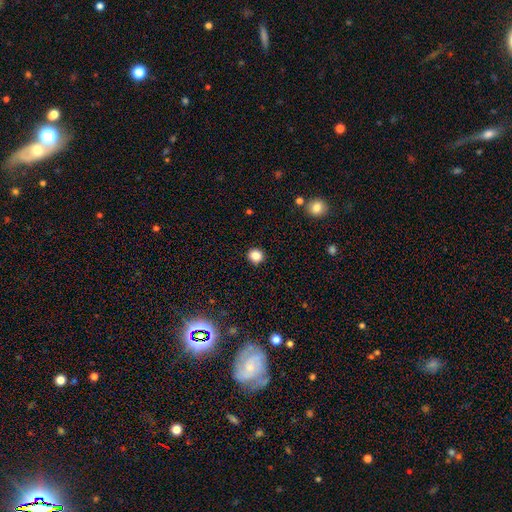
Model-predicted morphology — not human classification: Smooth or featured? Predicted: smooth (p=0.85). How rounded? Predicted: round (p=0.88). Merging? Predicted: none (p=0.91).